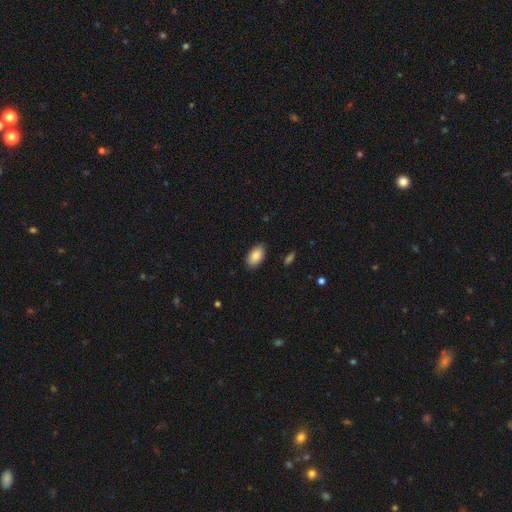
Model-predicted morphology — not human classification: This appears to be a smooth galaxy with no disk features (88%) that is in between round and cigar-shaped (94%). Merging: none (87%).